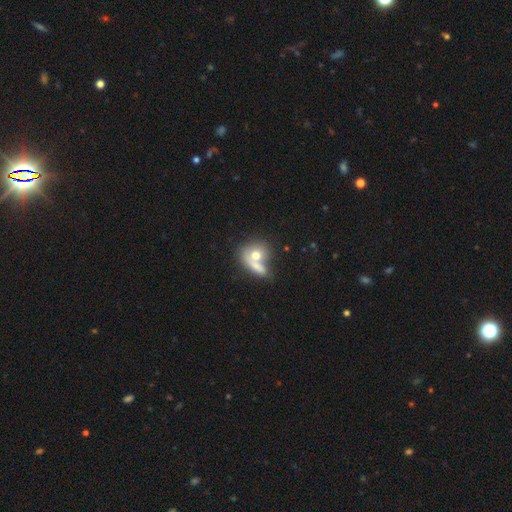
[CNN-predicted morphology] Overall: smooth (68%). How rounded: round (61%; in between 35%). Merging: merger (56%; none 27%).